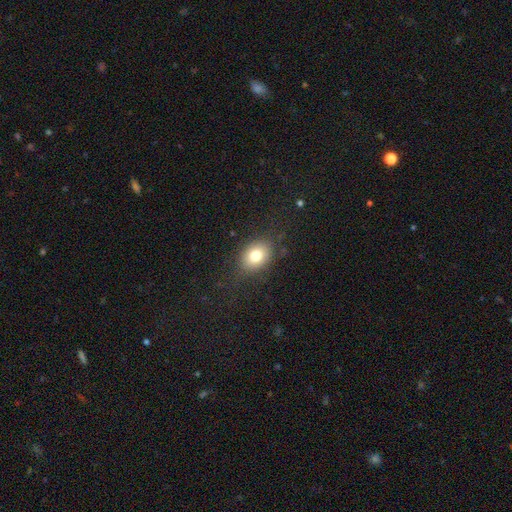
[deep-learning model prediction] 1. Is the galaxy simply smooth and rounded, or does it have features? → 77% smooth, 12% featured or disk, 11% star or artifact.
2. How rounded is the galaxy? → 65% in between, 34% round, 1% cigar-shaped.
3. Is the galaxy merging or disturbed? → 78% none, 14% minor disturbance, 6% major disturbance, 1% merger.